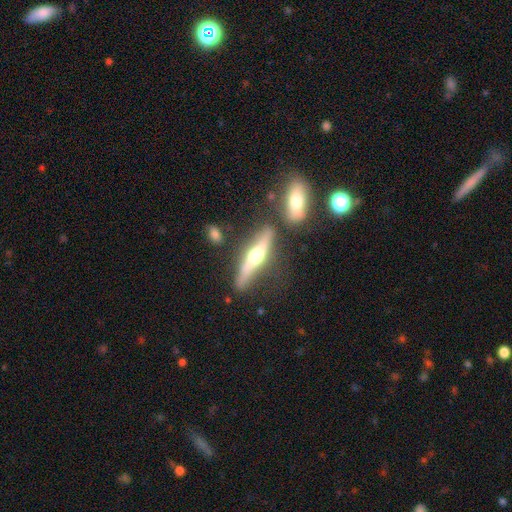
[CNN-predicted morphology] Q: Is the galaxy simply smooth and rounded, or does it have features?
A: featured or disk — 68%.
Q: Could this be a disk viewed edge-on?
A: yes — 93%.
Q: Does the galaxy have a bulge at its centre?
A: rounded — 94%.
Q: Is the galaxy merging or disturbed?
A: none — 73%.